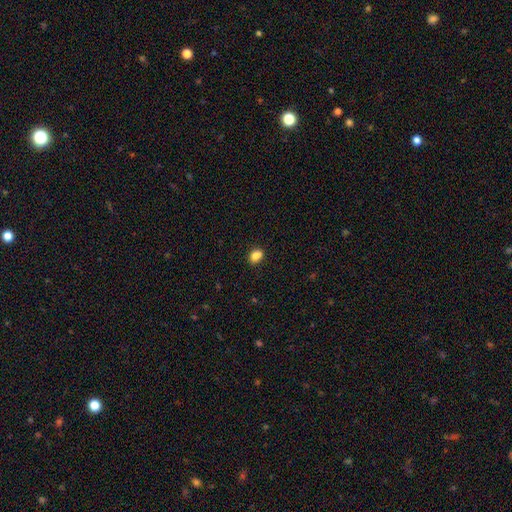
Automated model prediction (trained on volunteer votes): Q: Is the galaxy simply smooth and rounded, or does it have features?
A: smooth — 85%.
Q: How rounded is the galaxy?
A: in between — 72%.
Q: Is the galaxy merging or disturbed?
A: none — 82%.